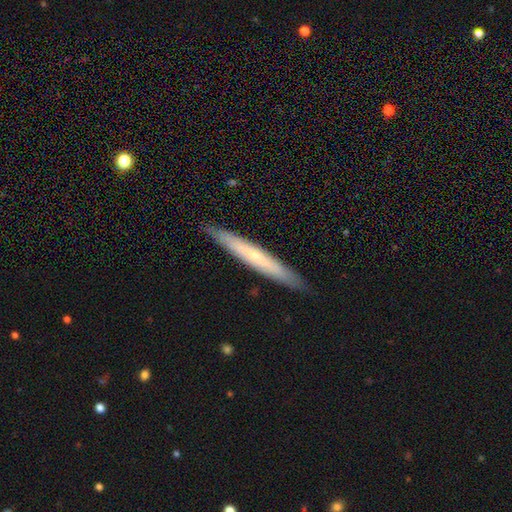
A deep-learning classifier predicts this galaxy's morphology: featured or disk 50%, smooth 41%, star or artifact 8%. Down the decision tree: edge-on disk — yes (92%); merging — none (91%).